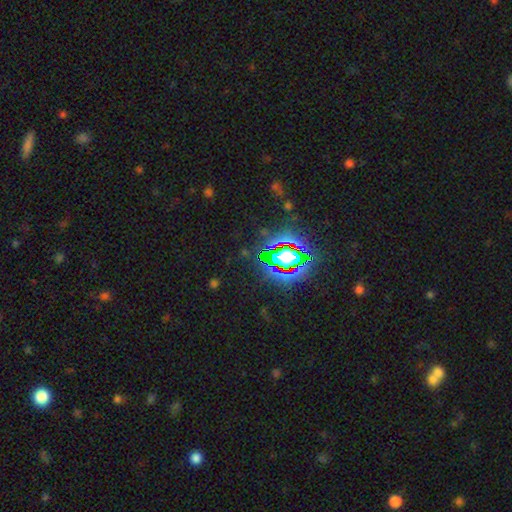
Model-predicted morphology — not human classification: Smooth or featured: star or artifact — 81% (smooth — 11%)